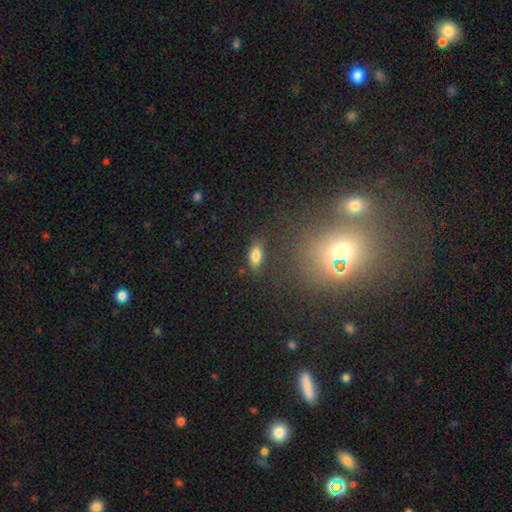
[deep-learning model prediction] smooth-or-featured: smooth: 83% | star or artifact: 9% | featured or disk: 8%
  how-rounded: in between: 86% | cigar-shaped: 10% | round: 4%
  merging: none: 84% | minor disturbance: 11% | major disturbance: 3% | merger: 2%